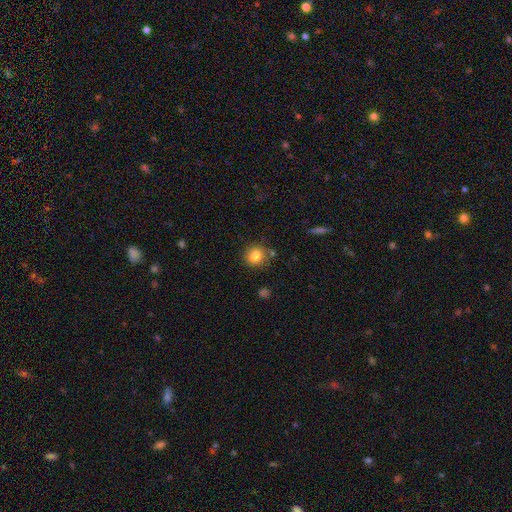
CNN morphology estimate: A smooth galaxy with no disk features (83%) that is round (88%).

Vote fractions:
- Smooth or featured? smooth: 83% / star or artifact: 10% / featured or disk: 7%
- How rounded? round: 88% / in between: 11% / cigar-shaped: 1%
- Merging? none: 80% / minor disturbance: 11% / merger: 6% / major disturbance: 3%